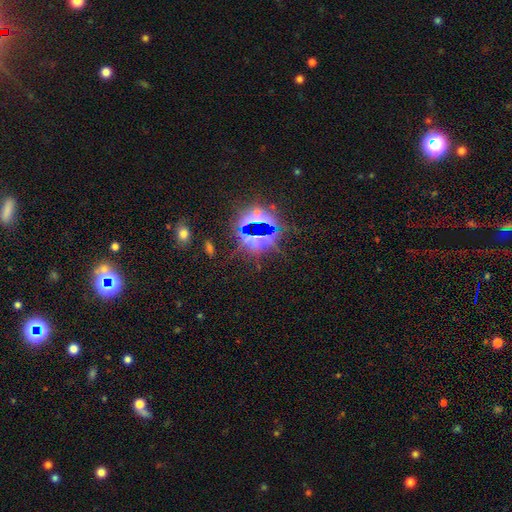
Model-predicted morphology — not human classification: Q: Smooth or featured?
A: star or artifact (80%); runner-up: smooth (10%)